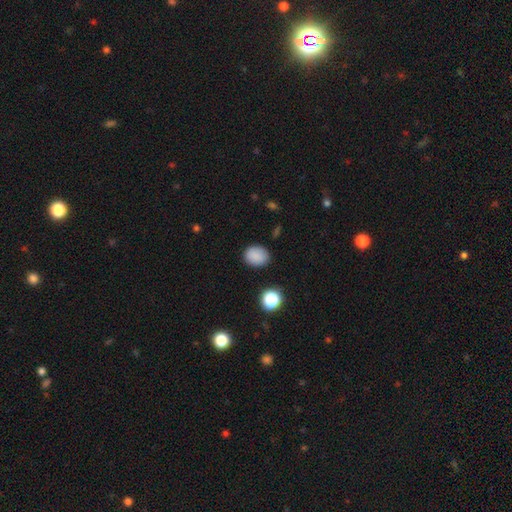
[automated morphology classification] Smooth or featured?
  - smooth: 86% *
  - star or artifact: 11%
  - featured or disk: 4%
How rounded?
  - round: 55% *
  - in between: 44%
  - cigar-shaped: 1%
Merging?
  - none: 85% *
  - minor disturbance: 10%
  - major disturbance: 3%
  - merger: 2%